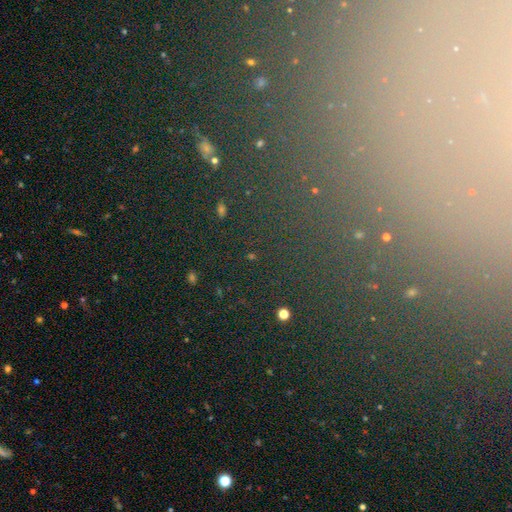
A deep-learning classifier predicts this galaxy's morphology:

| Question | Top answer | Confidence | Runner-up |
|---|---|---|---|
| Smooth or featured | star or artifact | 69% | smooth (19%) |